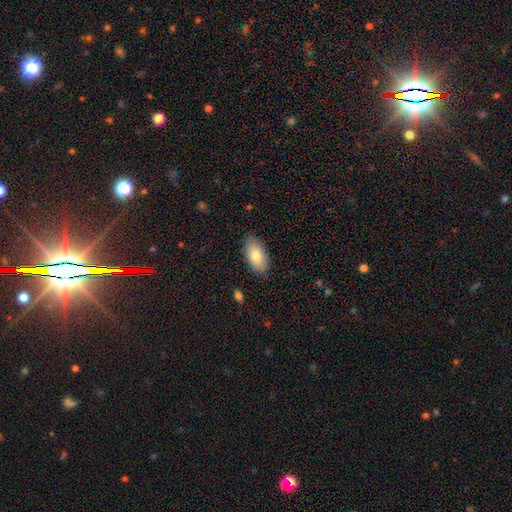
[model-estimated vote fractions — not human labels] Morphology: type=smooth (79%); roundness=in between (93%); merging=none (87%).